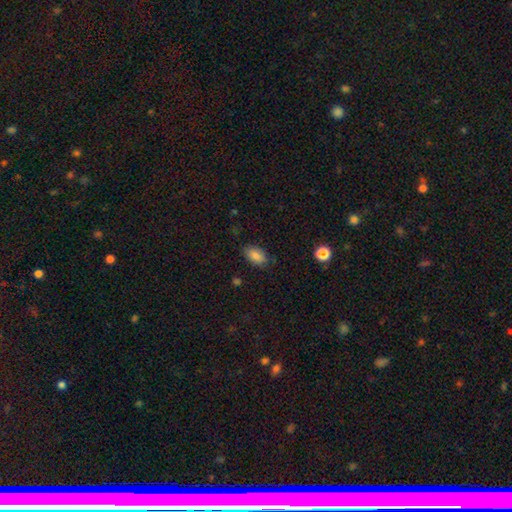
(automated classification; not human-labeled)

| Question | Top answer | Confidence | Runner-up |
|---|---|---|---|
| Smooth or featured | smooth | 84% | star or artifact (8%) |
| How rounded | in between | 91% | round (6%) |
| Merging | none | 80% | minor disturbance (16%) |